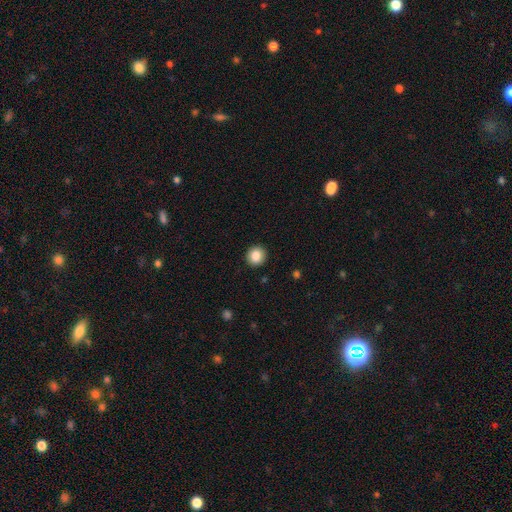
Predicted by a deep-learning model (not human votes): This appears to be a smooth galaxy with no disk features (86%) that is round (87%). Merging: none (92%).